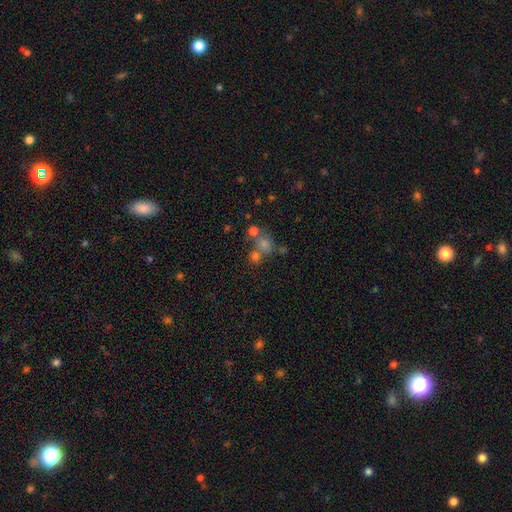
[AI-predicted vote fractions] Smooth or featured? Predicted: star or artifact (p=0.39, tied with smooth).